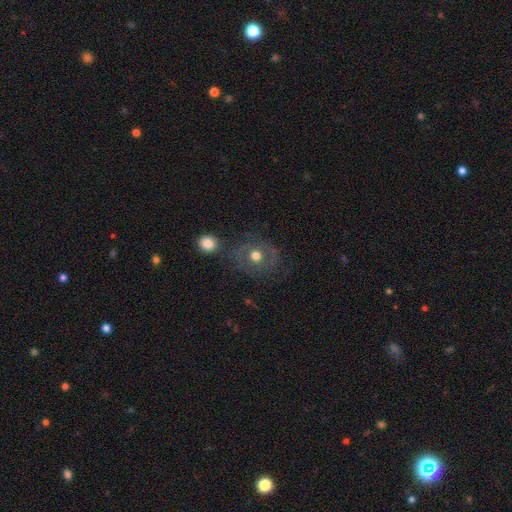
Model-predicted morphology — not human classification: smooth_or_featured: smooth (p=0.46) [alt: featured or disk p=0.42]
merging: none (p=0.70) [alt: minor disturbance p=0.15]